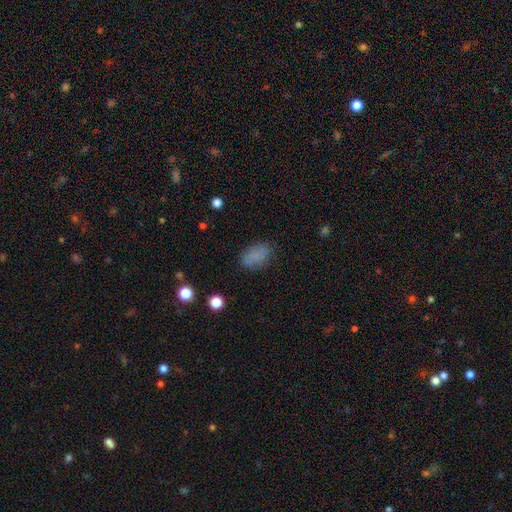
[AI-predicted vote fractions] smooth-or-featured: smooth: 84% | star or artifact: 10% | featured or disk: 6%
  how-rounded: in between: 91% | round: 7% | cigar-shaped: 3%
  merging: none: 82% | minor disturbance: 13% | major disturbance: 4% | merger: 1%